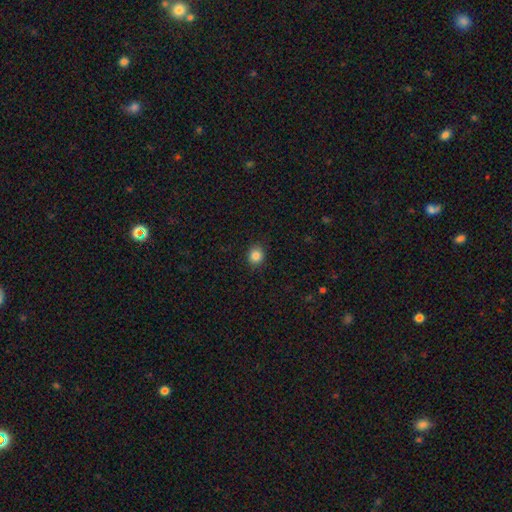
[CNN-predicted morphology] A smooth galaxy with no disk features (85%) that is round (77%). Merging: none (90%).